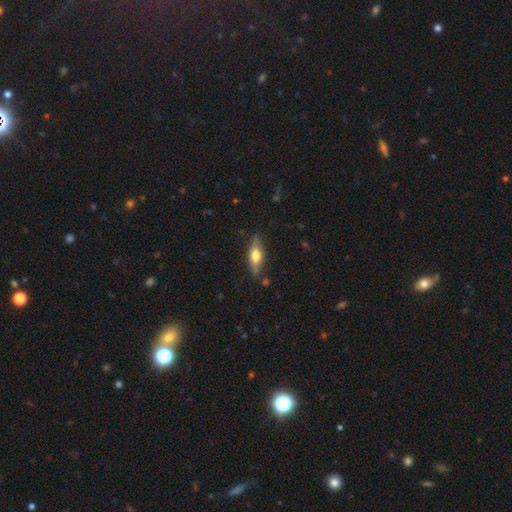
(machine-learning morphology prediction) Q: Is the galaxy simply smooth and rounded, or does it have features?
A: featured or disk — 48%.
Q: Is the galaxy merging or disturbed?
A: none — 82%.